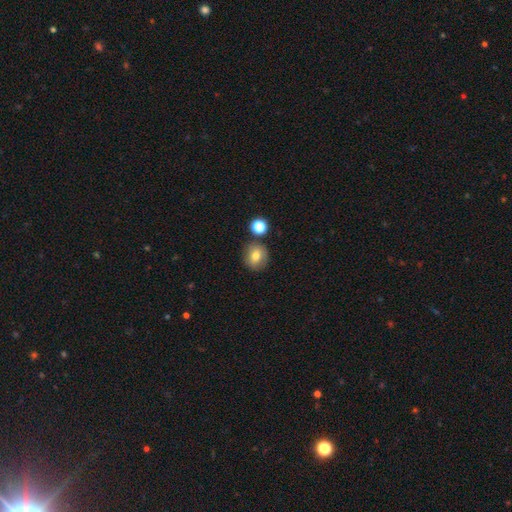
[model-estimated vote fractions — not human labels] smooth-or-featured: smooth: 74% | featured or disk: 14% | star or artifact: 12%
  how-rounded: round: 85% | in between: 14% | cigar-shaped: 1%
  merging: none: 78% | minor disturbance: 10% | merger: 9% | major disturbance: 3%